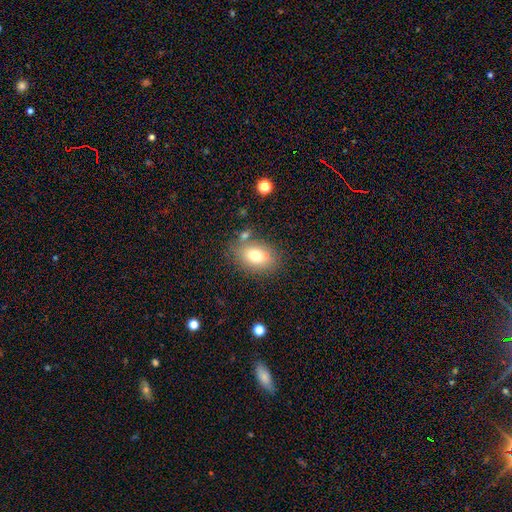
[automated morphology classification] A smooth galaxy with no disk features (73%) that is in between round and cigar-shaped (78%). Merging: none (69%).